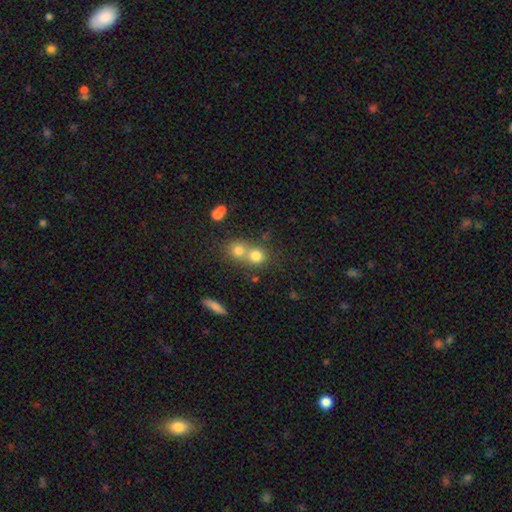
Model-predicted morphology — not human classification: Smooth or featured?
  - smooth: 76% *
  - star or artifact: 14%
  - featured or disk: 10%
How rounded?
  - round: 85% *
  - in between: 14%
  - cigar-shaped: 1%
Merging?
  - merger: 50% *
  - none: 42%
  - minor disturbance: 6%
  - major disturbance: 3%